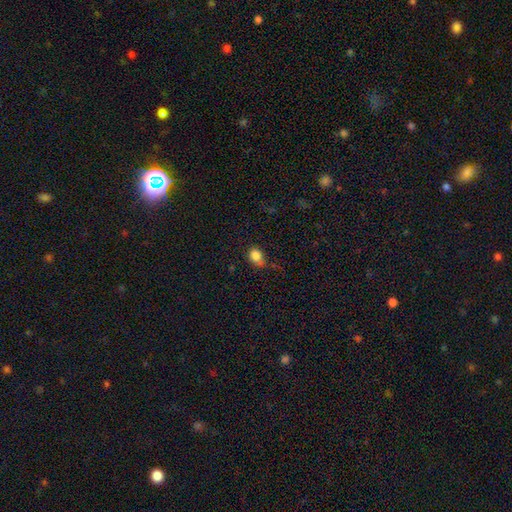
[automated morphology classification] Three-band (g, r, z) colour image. It shows a smooth galaxy with no disk features (84%) that is in between round and cigar-shaped (54%). Merging: none (55%).